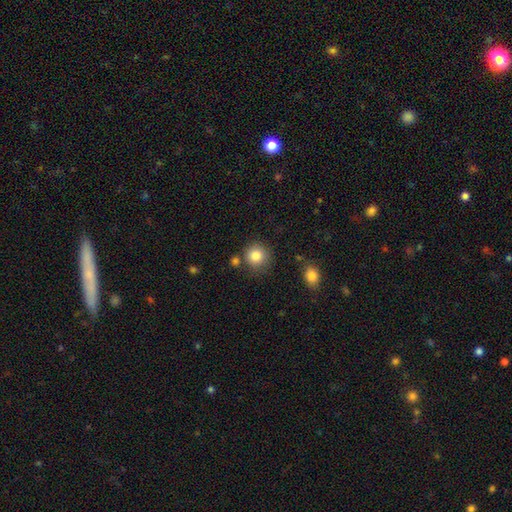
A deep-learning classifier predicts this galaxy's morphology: Q: Smooth or featured?
A: smooth (85%); runner-up: star or artifact (10%)
Q: How rounded?
A: round (91%); runner-up: in between (8%)
Q: Merging?
A: none (79%); runner-up: minor disturbance (11%)